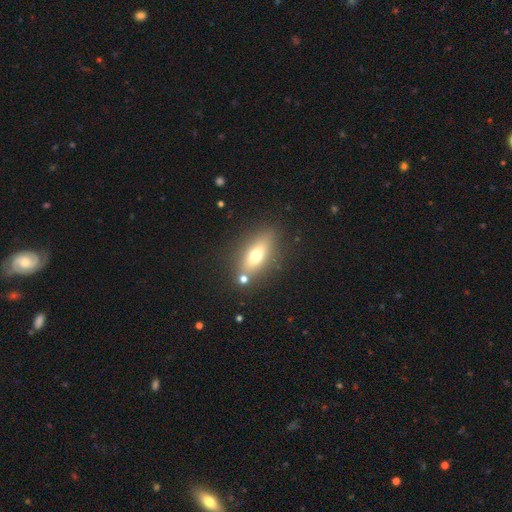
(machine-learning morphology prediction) smooth_or_featured: smooth (p=0.62) [alt: featured or disk p=0.28]
how_rounded: in between (p=0.71) [alt: cigar-shaped p=0.22]
merging: none (p=0.76) [alt: minor disturbance p=0.11]